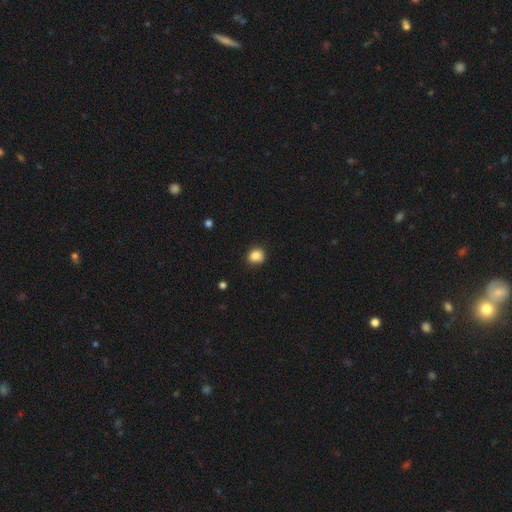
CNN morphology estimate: Smooth or featured?
  - smooth: 85% *
  - star or artifact: 10%
  - featured or disk: 5%
How rounded?
  - round: 76% *
  - in between: 23%
  - cigar-shaped: 1%
Merging?
  - none: 80% *
  - minor disturbance: 15%
  - major disturbance: 3%
  - merger: 2%